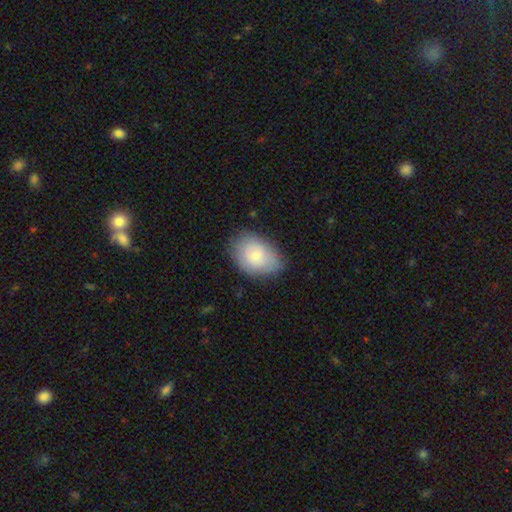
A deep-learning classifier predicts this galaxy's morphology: Smooth or featured: smooth — 74% (featured or disk — 19%)
How rounded: in between — 80% (round — 19%)
Merging: none — 74% (minor disturbance — 20%)